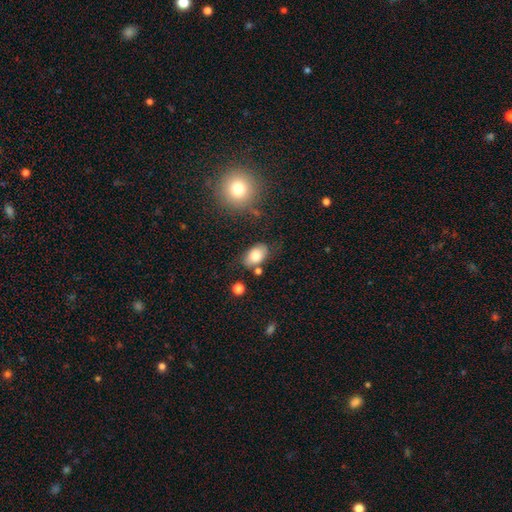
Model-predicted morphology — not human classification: Smooth or featured?
  - smooth: 81% *
  - featured or disk: 11%
  - star or artifact: 8%
How rounded?
  - in between: 90% *
  - round: 9%
  - cigar-shaped: 2%
Merging?
  - none: 71% *
  - minor disturbance: 17%
  - merger: 7%
  - major disturbance: 5%